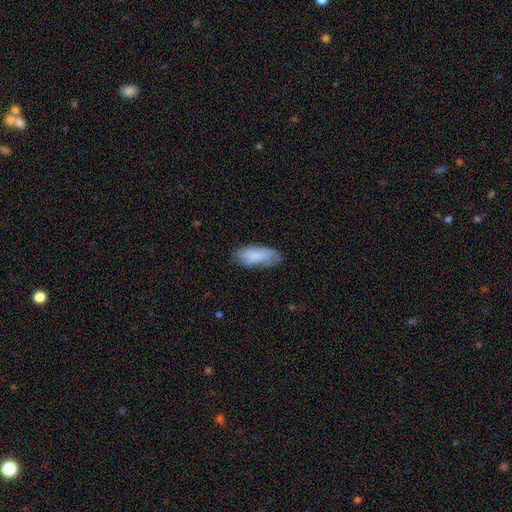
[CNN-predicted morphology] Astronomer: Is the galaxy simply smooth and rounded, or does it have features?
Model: smooth — 79%.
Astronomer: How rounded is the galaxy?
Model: in between — 80%.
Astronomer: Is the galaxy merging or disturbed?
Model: none — 65%.